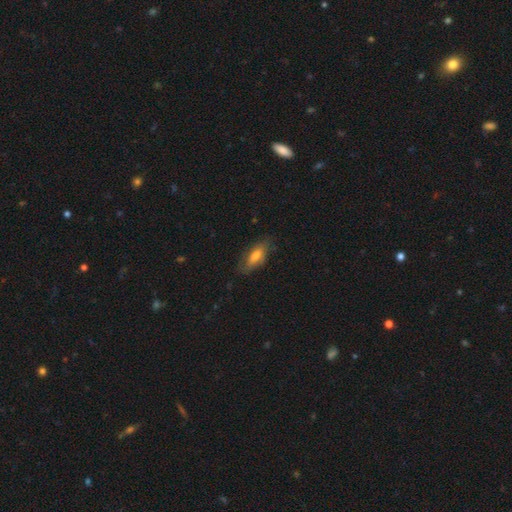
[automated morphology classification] A smooth galaxy with no disk features (67%) that is in between round and cigar-shaped (75%).

Vote fractions:
- Smooth or featured? smooth: 67% / featured or disk: 26% / star or artifact: 7%
- How rounded? in between: 75% / cigar-shaped: 23% / round: 3%
- Merging? none: 72% / minor disturbance: 21% / major disturbance: 5% / merger: 1%